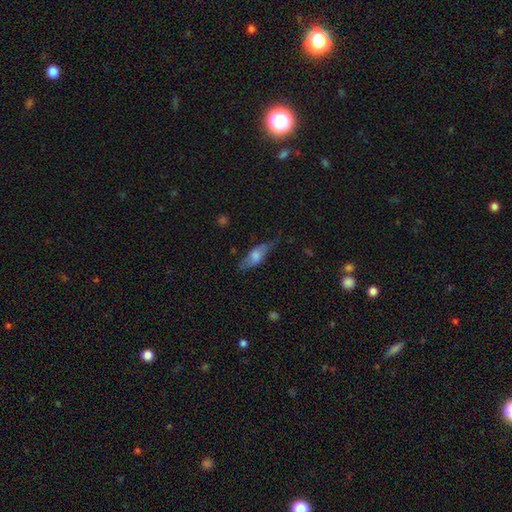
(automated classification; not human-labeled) Q: Smooth or featured?
A: smooth (65%); runner-up: featured or disk (29%)
Q: How rounded?
A: in between (69%); runner-up: cigar-shaped (28%)
Q: Merging?
A: none (54%); runner-up: minor disturbance (31%)